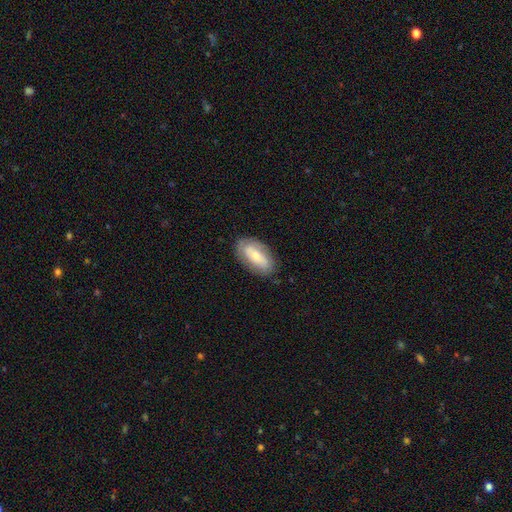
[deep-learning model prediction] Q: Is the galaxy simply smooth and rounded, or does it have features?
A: smooth — 50%.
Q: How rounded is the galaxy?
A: in between — 89%.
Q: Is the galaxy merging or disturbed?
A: none — 78%.